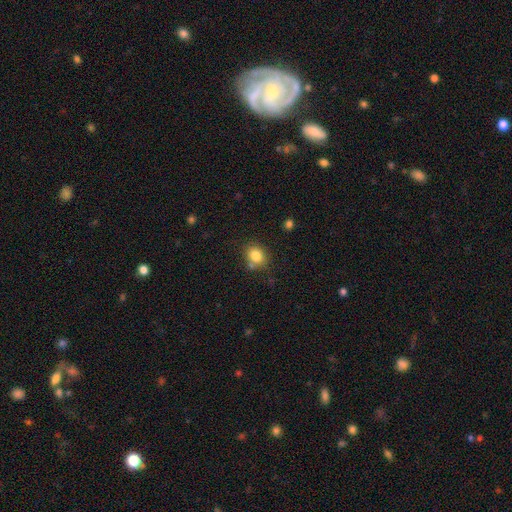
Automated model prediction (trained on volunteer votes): Morphology: type=smooth (82%); roundness=round (61%); merging=none (73%).